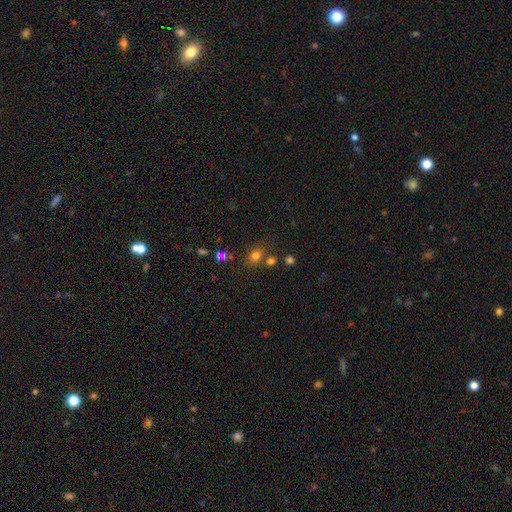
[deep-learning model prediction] Smooth or featured: smooth — 74% (star or artifact — 18%)
How rounded: round — 59% (in between — 39%)
Merging: none — 68% (merger — 14%)